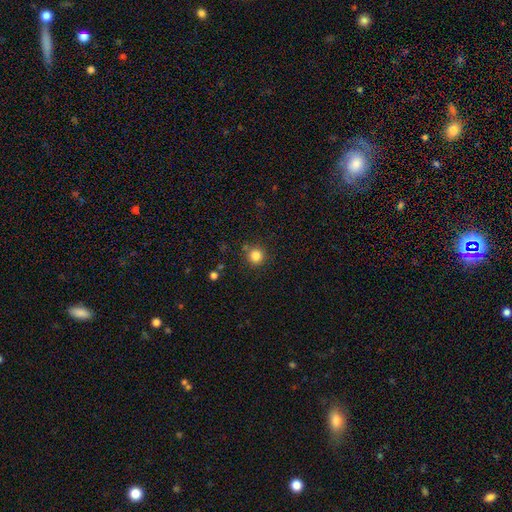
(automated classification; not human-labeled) This is clearly a smooth galaxy (84%). How rounded: clearly round (94%). Merging: clearly none (84%).